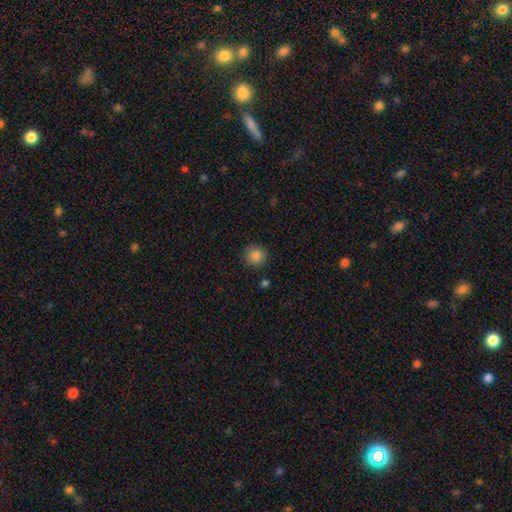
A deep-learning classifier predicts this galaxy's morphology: Smooth or featured? smooth (86%)
How rounded? round (93%)
Merging? none (90%)